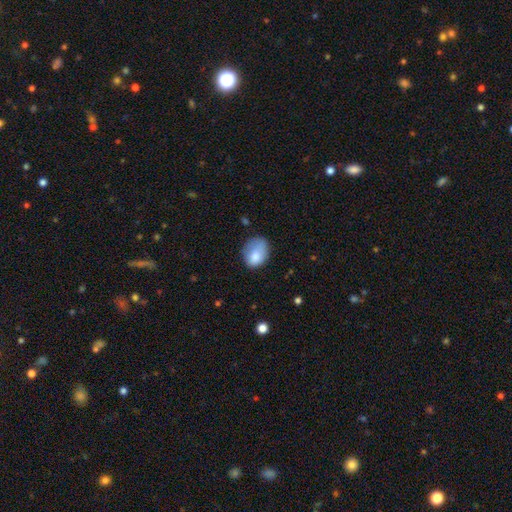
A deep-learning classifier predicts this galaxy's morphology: This appears to be a smooth galaxy with no disk features (78%) that is in between round and cigar-shaped (65%). Merging: none (43%).